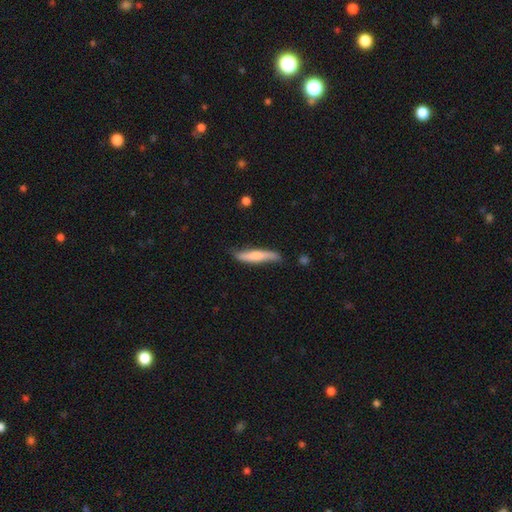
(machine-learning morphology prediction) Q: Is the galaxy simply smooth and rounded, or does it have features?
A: smooth — 64%.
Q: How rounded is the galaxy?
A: cigar-shaped — 88%.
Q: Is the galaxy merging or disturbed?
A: none — 67%.